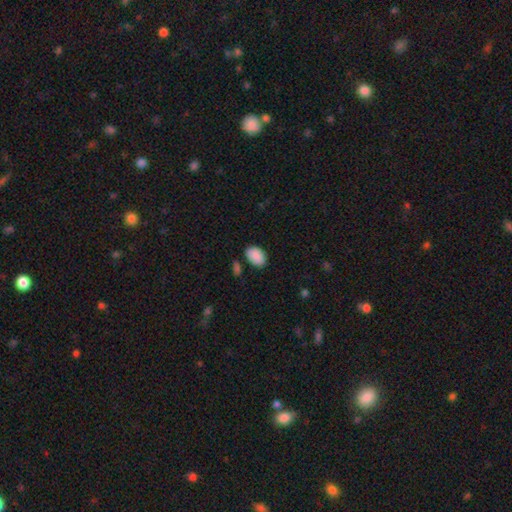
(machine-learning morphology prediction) Smooth or featured? Predicted: smooth (p=0.90). How rounded? Predicted: in between (p=0.87). Merging? Predicted: none (p=0.79).